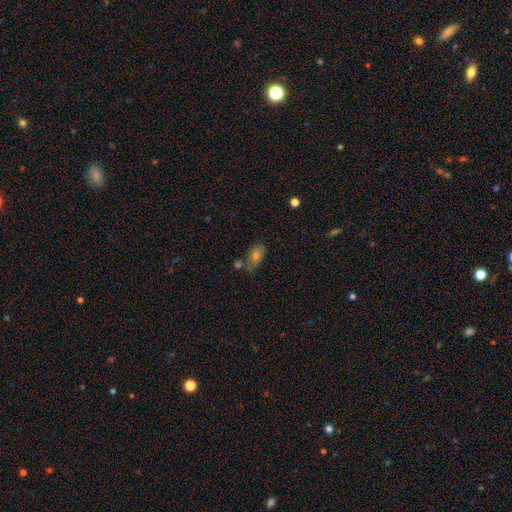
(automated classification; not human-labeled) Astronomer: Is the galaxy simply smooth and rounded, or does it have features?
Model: smooth — 57%.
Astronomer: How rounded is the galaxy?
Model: in between — 84%.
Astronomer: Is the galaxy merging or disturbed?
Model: none — 60%.